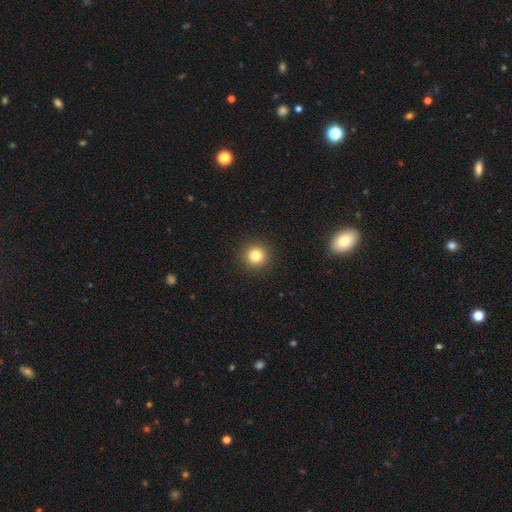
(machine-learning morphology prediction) Smooth or featured?
  - smooth: 82% *
  - star or artifact: 12%
  - featured or disk: 6%
How rounded?
  - round: 95% *
  - in between: 4%
  - cigar-shaped: 1%
Merging?
  - none: 92% *
  - minor disturbance: 5%
  - major disturbance: 2%
  - merger: 1%